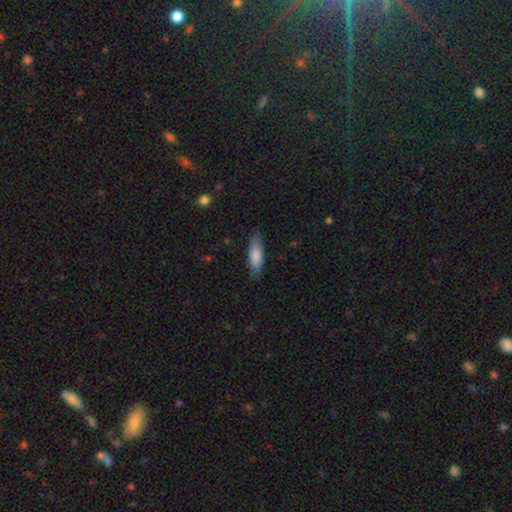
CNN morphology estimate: Overall: smooth (82%). How rounded: in between (58%; cigar-shaped 40%). Merging: none (80%).